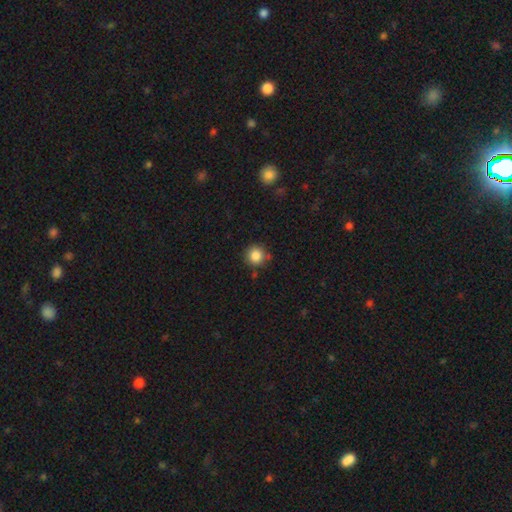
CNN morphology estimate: smooth_or_featured: smooth (p=0.85) [alt: star or artifact p=0.10]
how_rounded: round (p=0.93) [alt: in between p=0.06]
merging: none (p=0.83) [alt: minor disturbance p=0.11]